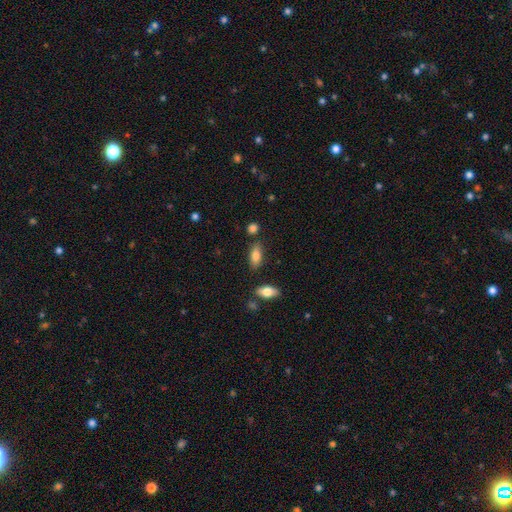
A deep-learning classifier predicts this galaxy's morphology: A smooth galaxy with no disk features (81%) that is in between round and cigar-shaped (84%).

Vote fractions:
- Smooth or featured? smooth: 81% / featured or disk: 12% / star or artifact: 7%
- How rounded? in between: 84% / cigar-shaped: 13% / round: 3%
- Merging? none: 78% / minor disturbance: 13% / merger: 5% / major disturbance: 3%